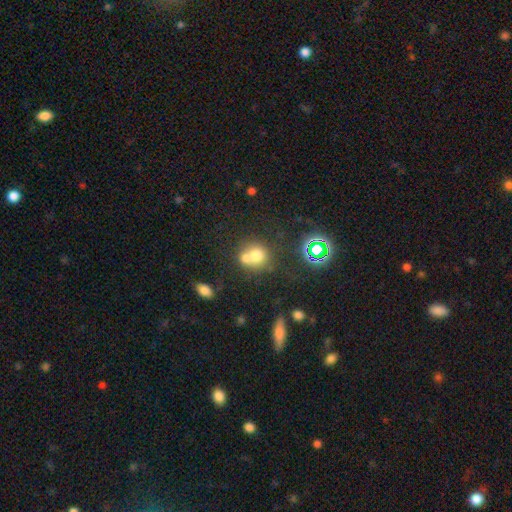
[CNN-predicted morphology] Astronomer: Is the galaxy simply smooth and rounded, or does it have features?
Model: smooth — 67%.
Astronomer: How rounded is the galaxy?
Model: round — 82%.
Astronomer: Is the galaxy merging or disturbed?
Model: merger — 52% (runner-up: none, 36%).